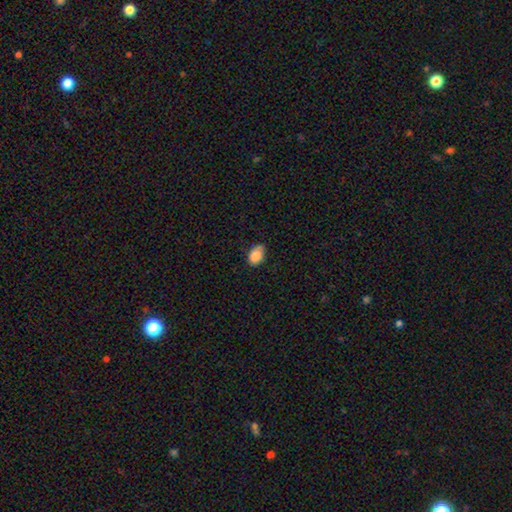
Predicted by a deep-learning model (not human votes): Smooth or featured? Predicted: smooth (p=0.87). How rounded? Predicted: in between (p=0.79). Merging? Predicted: none (p=0.62).